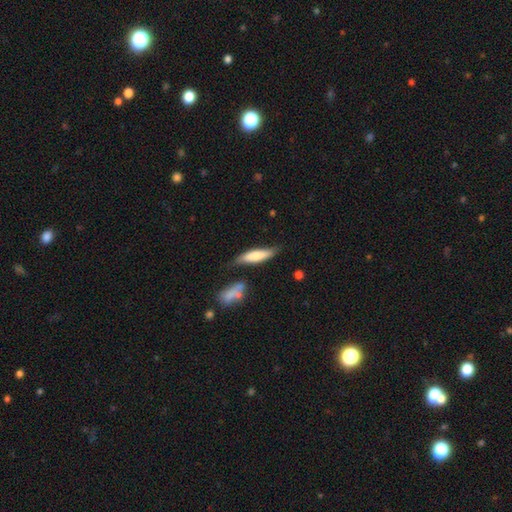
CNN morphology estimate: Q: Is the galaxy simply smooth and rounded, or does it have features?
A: smooth — 70%.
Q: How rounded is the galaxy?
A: cigar-shaped — 70%.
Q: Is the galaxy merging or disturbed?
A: none — 66%.